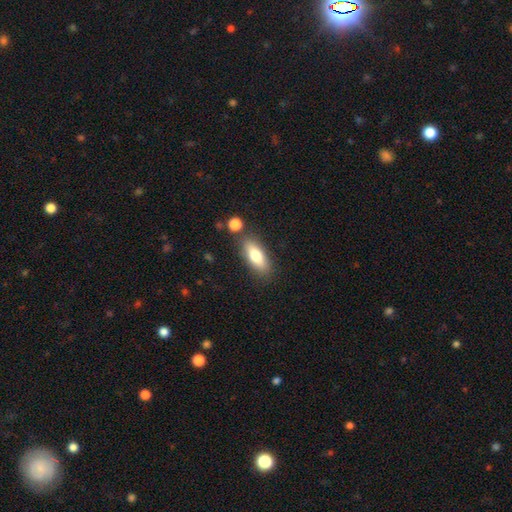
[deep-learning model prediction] Smooth or featured? smooth (74%)
How rounded? in between (71%)
Merging? none (79%)